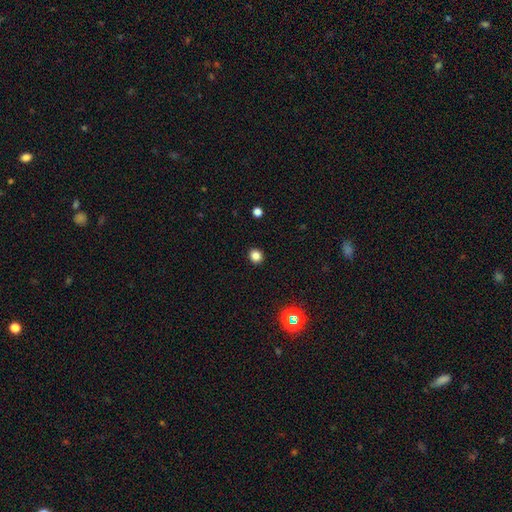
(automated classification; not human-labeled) This appears to be a smooth galaxy with no disk features (83%) that is round (84%). Merging: none (92%).